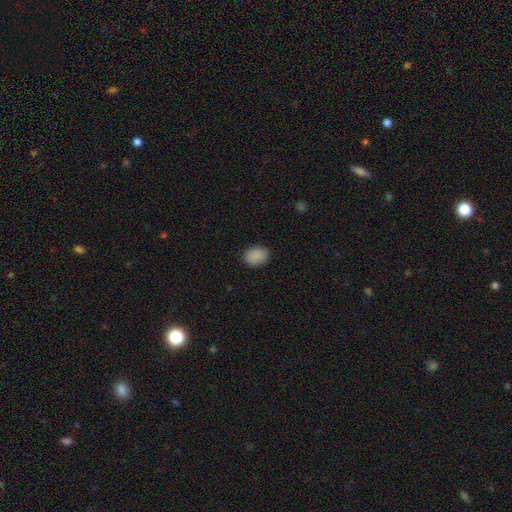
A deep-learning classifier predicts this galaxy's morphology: Smooth or featured? smooth (88%)
How rounded? in between (62%)
Merging? none (86%)